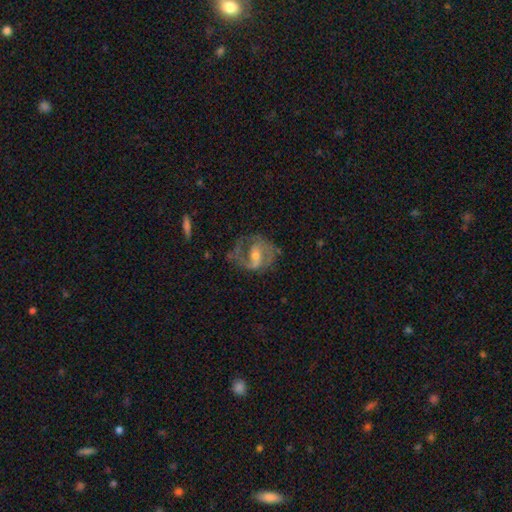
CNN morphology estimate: smooth_or_featured: featured or disk (p=0.83) [alt: smooth p=0.10]
disk_edge_on: no (p=0.97) [alt: yes p=0.03]
bar: weak (p=0.48) [alt: strong p=0.27]
has_spiral_arms: yes (p=0.91) [alt: no p=0.09]
spiral_winding: medium (p=0.52) [alt: loose p=0.25]
spiral_arm_count: 2 (p=0.76) [alt: 1 p=0.09]
bulge_size: moderate (p=0.48) [alt: small p=0.45]
merging: none (p=0.59) [alt: minor disturbance p=0.19]